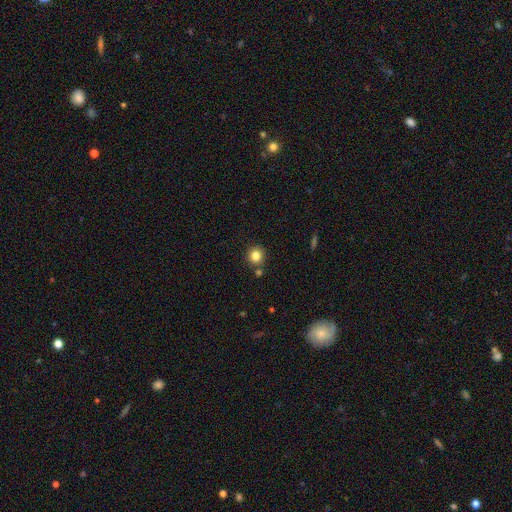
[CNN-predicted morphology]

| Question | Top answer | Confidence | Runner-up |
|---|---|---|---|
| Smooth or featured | smooth | 82% | star or artifact (12%) |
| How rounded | round | 91% | in between (8%) |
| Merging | none | 83% | minor disturbance (8%) |